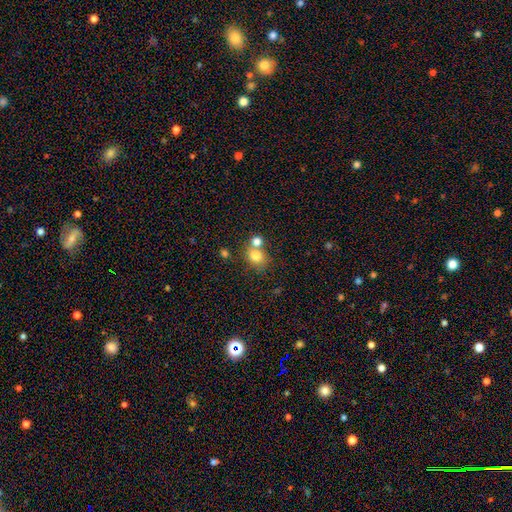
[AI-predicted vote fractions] smooth_or_featured: smooth (p=0.78) [alt: star or artifact p=0.11]
how_rounded: round (p=0.71) [alt: in between p=0.28]
merging: none (p=0.47) [alt: merger p=0.39]